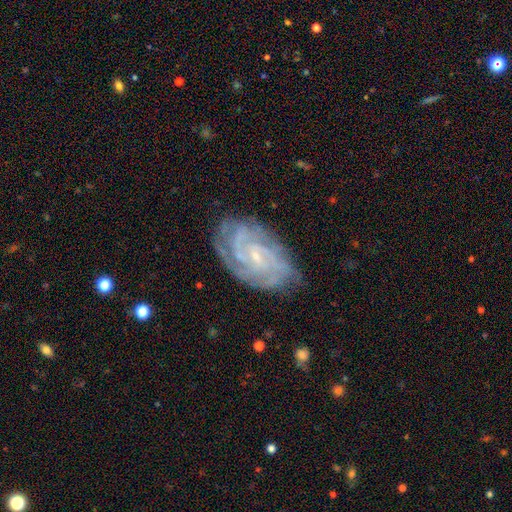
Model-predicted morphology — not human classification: type=featured or disk (87%); edge-on=no (97%); bar=no (53%); spiral arms=yes (98%); winding=tight (72%); arm count=4 (25%); bulge=small (81%); merging=none (77%).